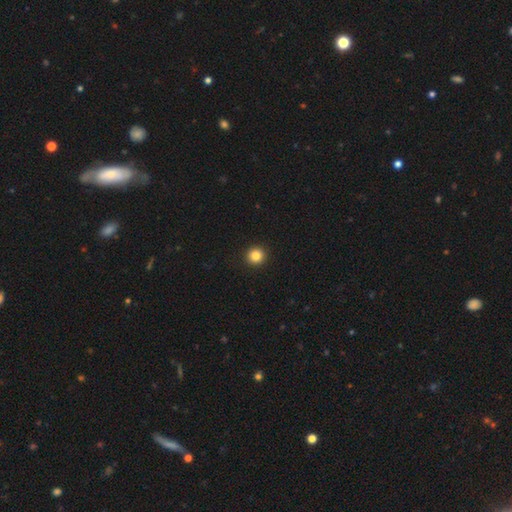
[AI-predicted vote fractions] The model was most divided on "smooth or featured": smooth: 85%, star or artifact: 11%, featured or disk: 4%. More confident: how rounded — round (94%); merging — none (93%).